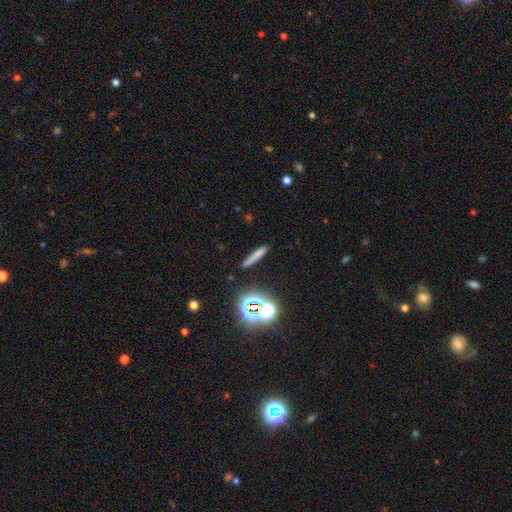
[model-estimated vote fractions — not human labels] The model was most divided on "smooth or featured": smooth: 68%, star or artifact: 17%, featured or disk: 15%. More confident: how rounded — cigar-shaped (90%); merging — none (87%).